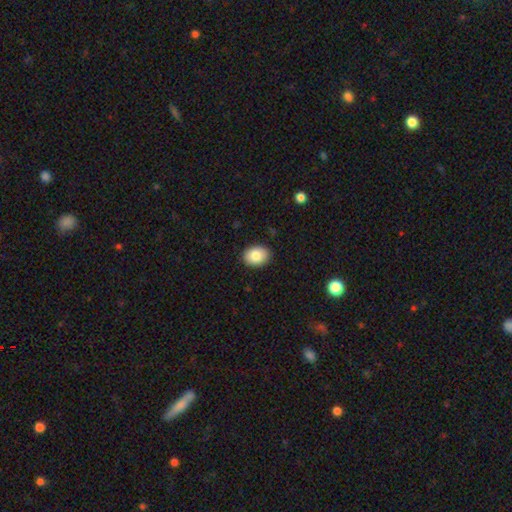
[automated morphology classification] smooth-or-featured: smooth: 85% | featured or disk: 8% | star or artifact: 7%
  how-rounded: in between: 71% | round: 28% | cigar-shaped: 1%
  merging: none: 89% | minor disturbance: 8% | major disturbance: 2% | merger: 1%